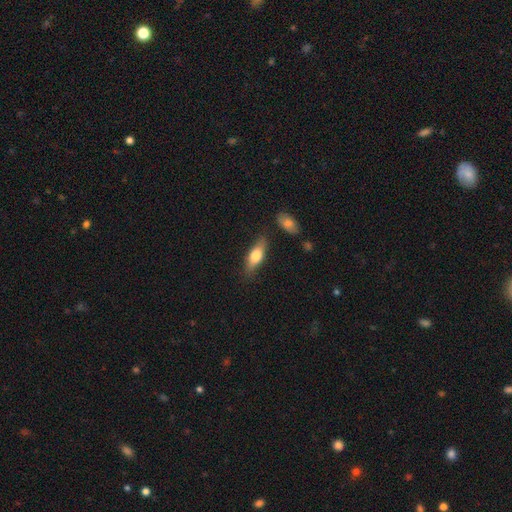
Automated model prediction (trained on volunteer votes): Morphology: type=smooth (66%); roundness=in between (66%); merging=none (77%).